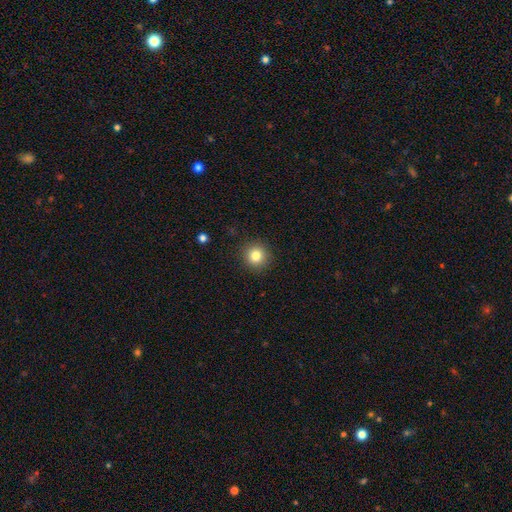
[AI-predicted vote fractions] This is clearly a smooth galaxy (82%). How rounded: clearly round (92%). Merging: clearly none (91%).